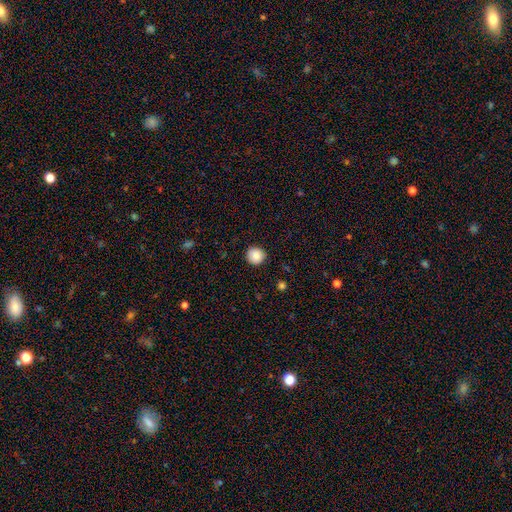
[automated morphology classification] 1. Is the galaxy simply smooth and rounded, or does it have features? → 88% smooth, 8% star or artifact, 3% featured or disk.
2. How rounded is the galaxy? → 94% round, 5% in between, 1% cigar-shaped.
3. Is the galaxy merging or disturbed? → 91% none, 6% minor disturbance, 2% major disturbance, 1% merger.